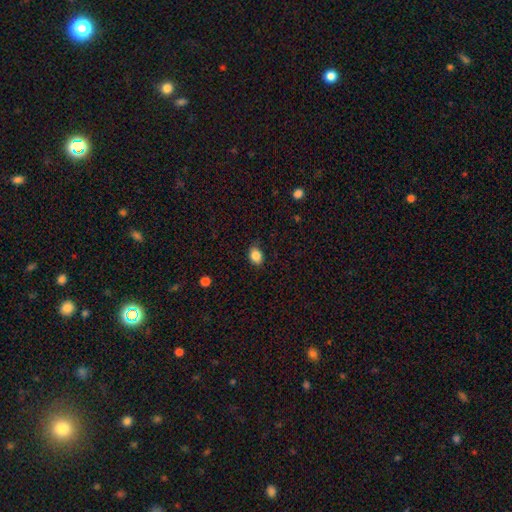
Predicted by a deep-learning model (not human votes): Smooth or featured? Predicted: smooth (p=0.86). How rounded? Predicted: in between (p=0.57). Merging? Predicted: none (p=0.77).